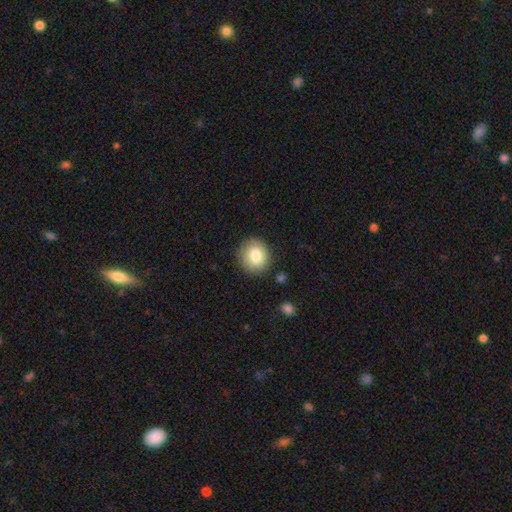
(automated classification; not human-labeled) Q: Smooth or featured?
A: smooth (82%); runner-up: featured or disk (10%)
Q: How rounded?
A: round (79%); runner-up: in between (20%)
Q: Merging?
A: none (86%); runner-up: minor disturbance (10%)